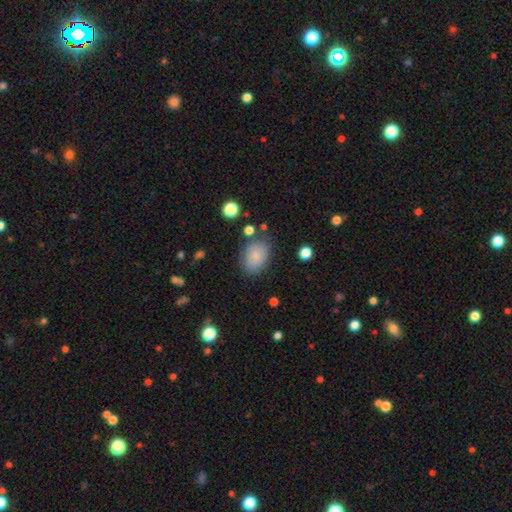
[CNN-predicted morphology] This is clearly a smooth galaxy (83%). How rounded: clearly in between (81%). Merging: likely none (75%).